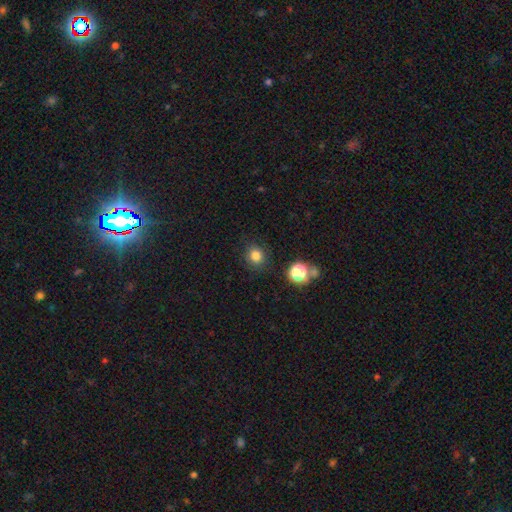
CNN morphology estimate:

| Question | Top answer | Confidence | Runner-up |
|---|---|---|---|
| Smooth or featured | smooth | 80% | star or artifact (15%) |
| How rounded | round | 83% | in between (16%) |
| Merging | none | 85% | minor disturbance (9%) |